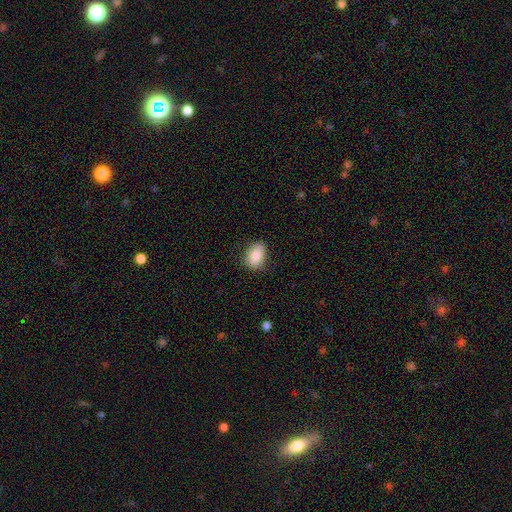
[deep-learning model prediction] Smooth or featured?
  - smooth: 85% *
  - star or artifact: 8%
  - featured or disk: 7%
How rounded?
  - in between: 75% *
  - round: 23%
  - cigar-shaped: 1%
Merging?
  - none: 80% *
  - minor disturbance: 16%
  - major disturbance: 3%
  - merger: 1%